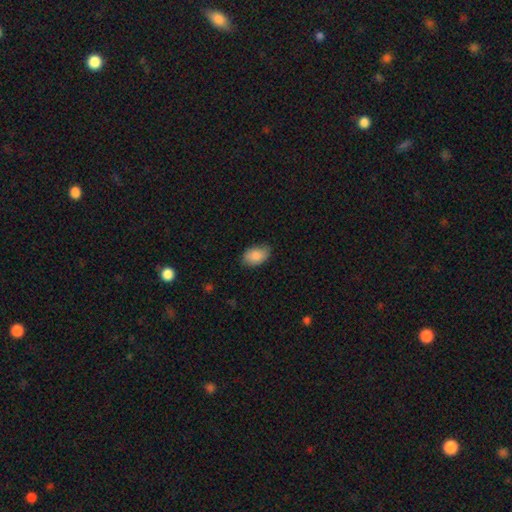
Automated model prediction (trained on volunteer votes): This appears to be a smooth galaxy with no disk features (88%) that is in between round and cigar-shaped (89%). Merging: none (80%).